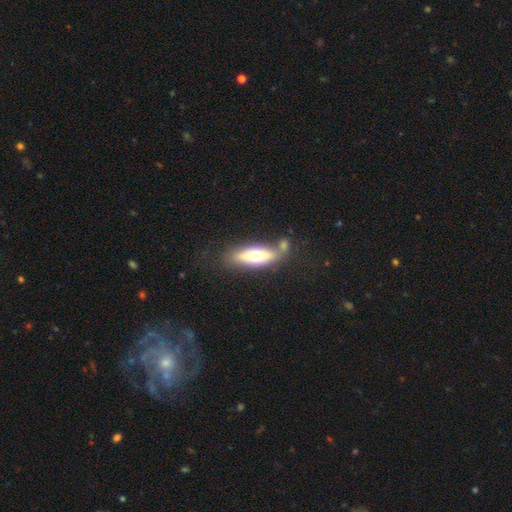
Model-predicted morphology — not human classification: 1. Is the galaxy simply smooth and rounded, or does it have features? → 60% smooth, 33% featured or disk, 6% star or artifact.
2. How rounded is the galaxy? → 68% in between, 29% cigar-shaped, 3% round.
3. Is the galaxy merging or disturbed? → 54% none, 22% merger, 17% minor disturbance, 6% major disturbance.